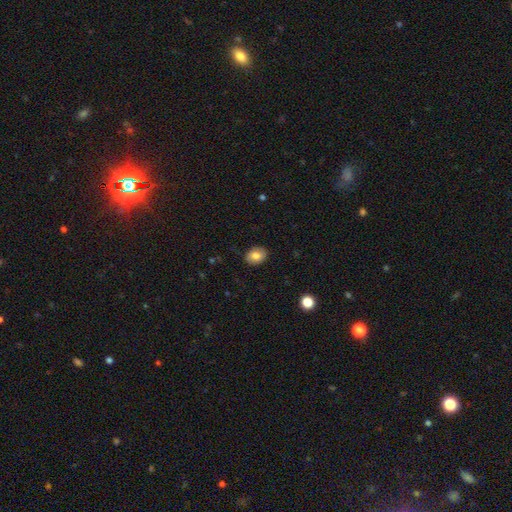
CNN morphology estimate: smooth 79%, featured or disk 13%, star or artifact 8%. Down the decision tree: how rounded — in between (66%); merging — none (88%).